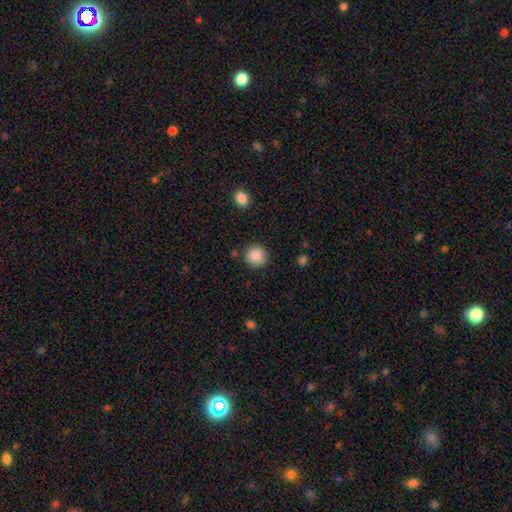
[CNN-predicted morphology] smooth 88%, star or artifact 8%, featured or disk 3%. Down the decision tree: how rounded — round (92%); merging — none (87%).